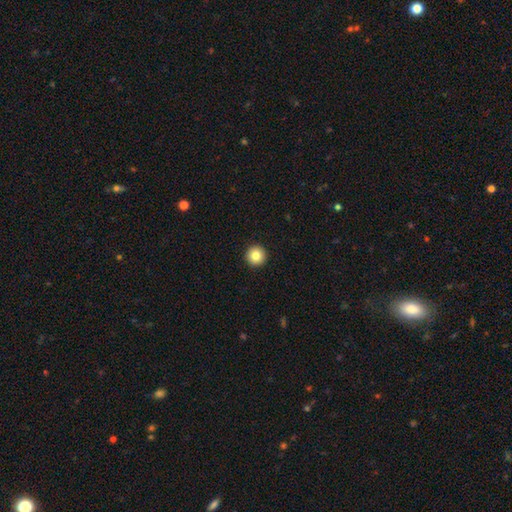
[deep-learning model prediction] A smooth galaxy with no disk features (84%) that is round (97%).

Vote fractions:
- Smooth or featured? smooth: 84% / star or artifact: 10% / featured or disk: 7%
- How rounded? round: 97% / in between: 2% / cigar-shaped: 1%
- Merging? none: 94% / minor disturbance: 4% / major disturbance: 1% / merger: 1%